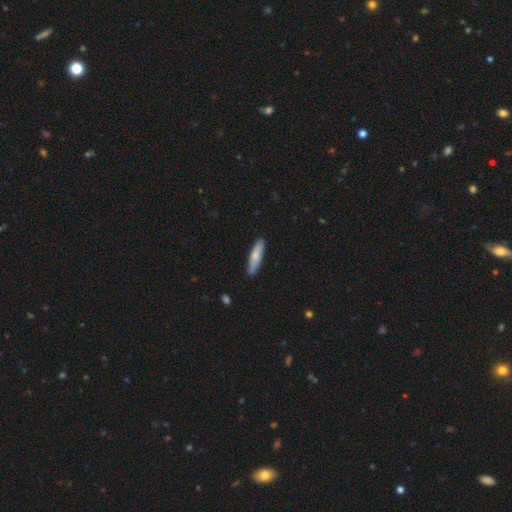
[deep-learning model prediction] A smooth galaxy with no disk features (75%) that is cigar-shaped (80%). Merging: none (88%).